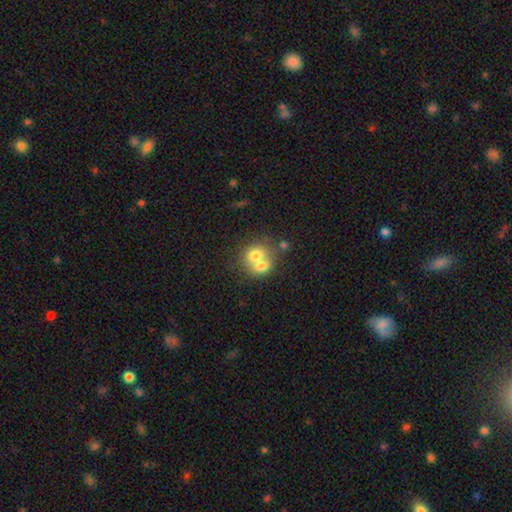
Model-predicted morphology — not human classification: Q: Smooth or featured?
A: smooth (68%); runner-up: featured or disk (22%)
Q: How rounded?
A: round (62%); runner-up: in between (37%)
Q: Merging?
A: merger (67%); runner-up: none (24%)